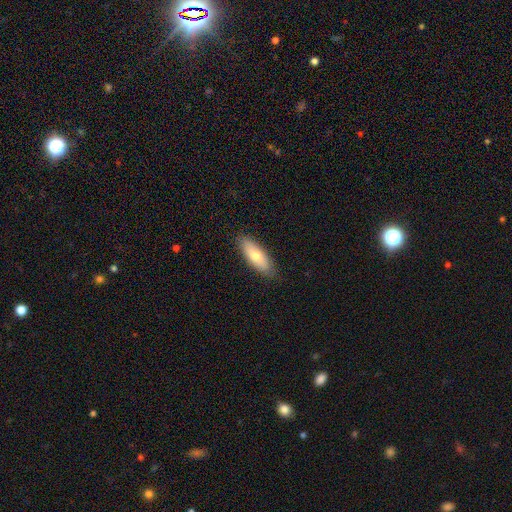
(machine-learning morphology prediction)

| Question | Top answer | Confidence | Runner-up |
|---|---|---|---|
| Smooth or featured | smooth | 70% | featured or disk (24%) |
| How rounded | in between | 66% | cigar-shaped (31%) |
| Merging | none | 87% | minor disturbance (10%) |